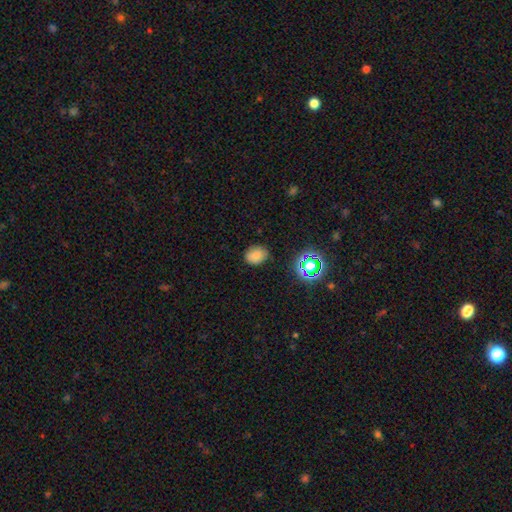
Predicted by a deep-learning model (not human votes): A smooth galaxy with no disk features (77%) that is in between round and cigar-shaped (57%).

Vote fractions:
- Smooth or featured? smooth: 77% / star or artifact: 17% / featured or disk: 6%
- How rounded? in between: 57% / round: 42% / cigar-shaped: 1%
- Merging? none: 83% / minor disturbance: 13% / major disturbance: 3% / merger: 2%